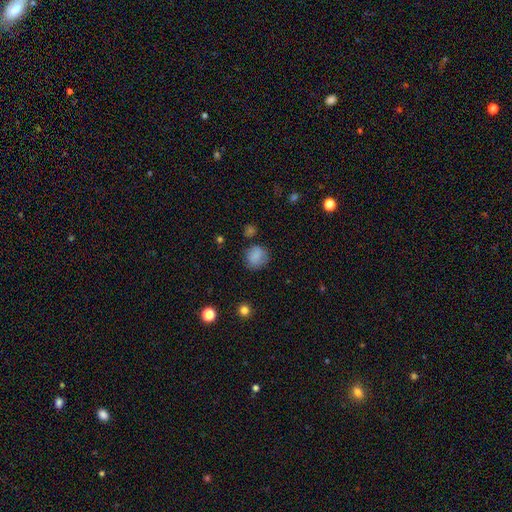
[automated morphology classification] smooth 82%, star or artifact 11%, featured or disk 8%. Down the decision tree: how rounded — round (76%); merging — none (75%).